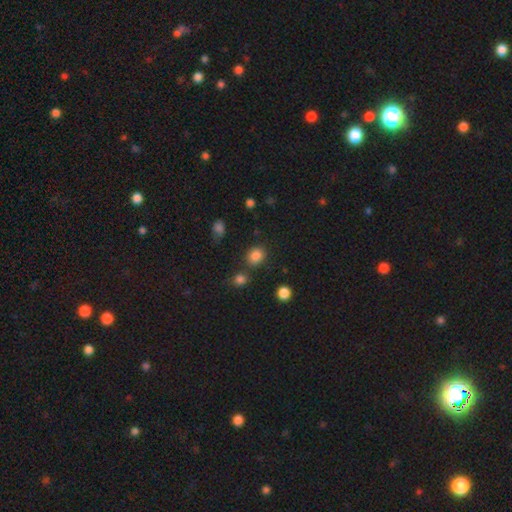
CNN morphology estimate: The model was most divided on "how rounded": round: 65%, in between: 34%, cigar-shaped: 1%. More confident: smooth or featured — smooth (83%); merging — none (77%).